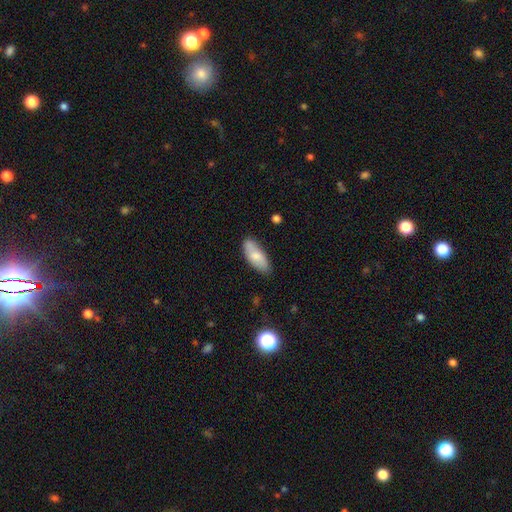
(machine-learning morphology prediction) A smooth galaxy with no disk features (74%) that is in between round and cigar-shaped (81%).

Vote fractions:
- Smooth or featured? smooth: 74% / featured or disk: 20% / star or artifact: 6%
- How rounded? in between: 81% / cigar-shaped: 17% / round: 2%
- Merging? none: 77% / minor disturbance: 17% / major disturbance: 3% / merger: 3%